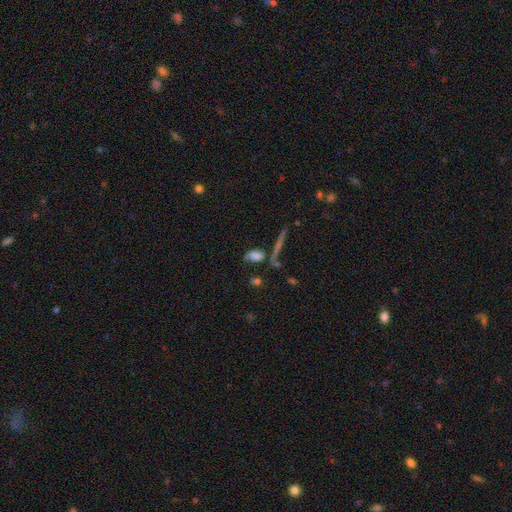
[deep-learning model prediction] Smooth or featured? Predicted: smooth (p=0.56). How rounded? Predicted: in between (p=0.72). Merging? Predicted: none (p=0.45).